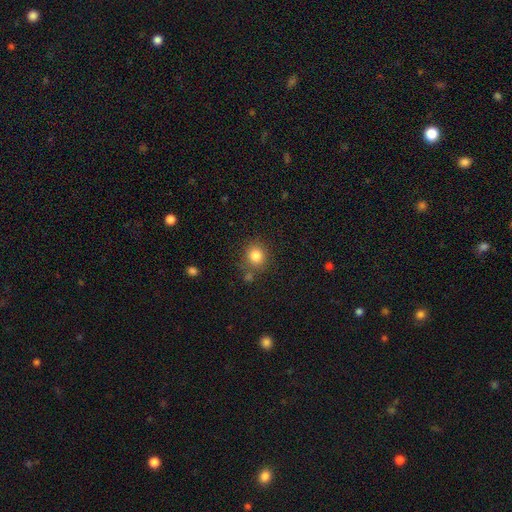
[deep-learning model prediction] This appears to be a smooth galaxy with no disk features (82%) that is round (81%). Merging: none (78%).